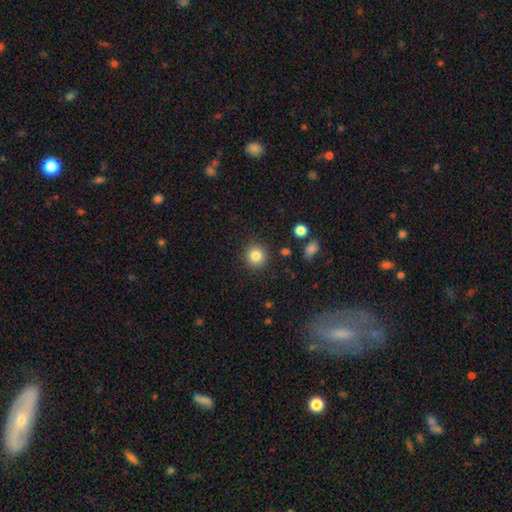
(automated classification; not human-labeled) smooth 84%, star or artifact 10%, featured or disk 5%. Down the decision tree: how rounded — round (92%); merging — none (89%).